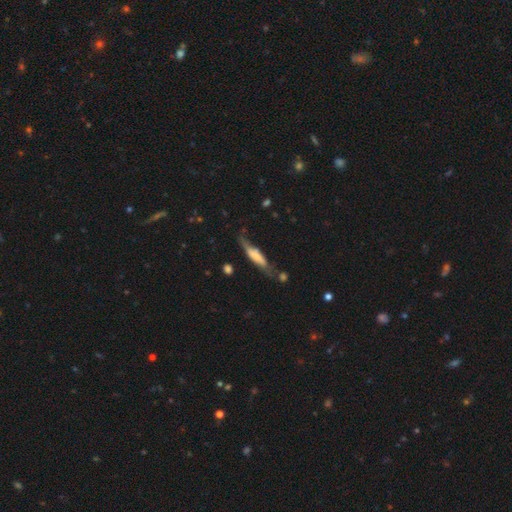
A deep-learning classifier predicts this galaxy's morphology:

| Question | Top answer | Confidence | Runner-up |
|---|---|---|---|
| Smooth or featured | smooth | 54% | featured or disk (39%) |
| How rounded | cigar-shaped | 74% | in between (24%) |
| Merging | none | 49% | minor disturbance (30%) |